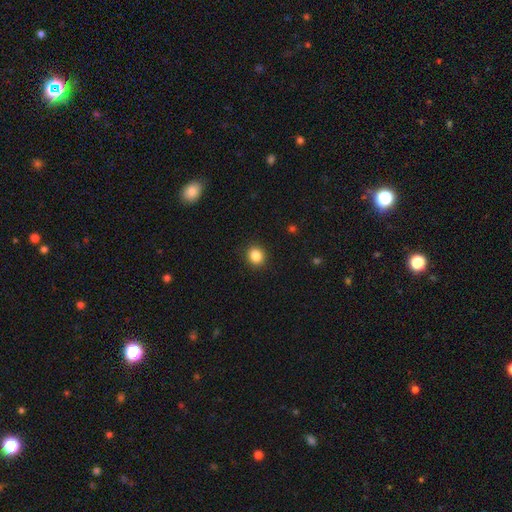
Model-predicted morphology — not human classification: smooth_or_featured: smooth (p=0.86) [alt: star or artifact p=0.10]
how_rounded: round (p=0.77) [alt: in between p=0.22]
merging: none (p=0.90) [alt: minor disturbance p=0.06]